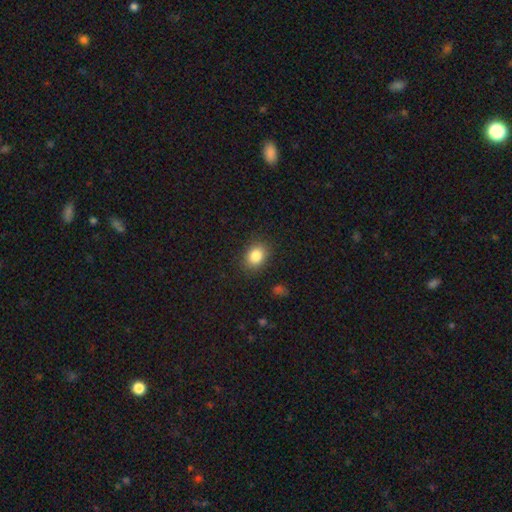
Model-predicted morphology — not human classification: Smooth or featured? Predicted: smooth (p=0.85). How rounded? Predicted: in between (p=0.58). Merging? Predicted: none (p=0.86).